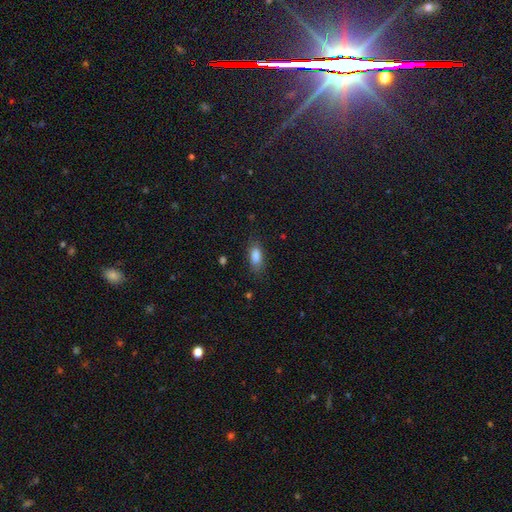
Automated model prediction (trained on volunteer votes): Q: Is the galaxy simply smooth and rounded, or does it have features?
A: smooth — 86%.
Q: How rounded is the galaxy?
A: in between — 82%.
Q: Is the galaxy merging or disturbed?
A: none — 80%.